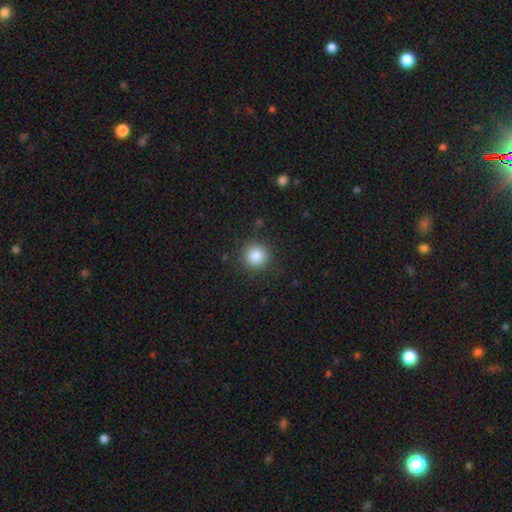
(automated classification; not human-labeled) Overall: smooth (85%). How rounded: round (94%). Merging: none (88%).